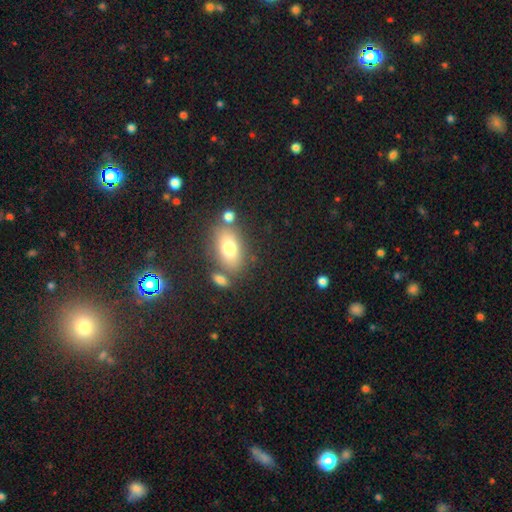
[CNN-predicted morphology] A smooth galaxy with no disk features (50%) that is in between round and cigar-shaped (69%).

Vote fractions:
- Smooth or featured? smooth: 50% / star or artifact: 31% / featured or disk: 19%
- How rounded? in between: 69% / round: 23% / cigar-shaped: 8%
- Merging? none: 74% / minor disturbance: 12% / merger: 9% / major disturbance: 6%